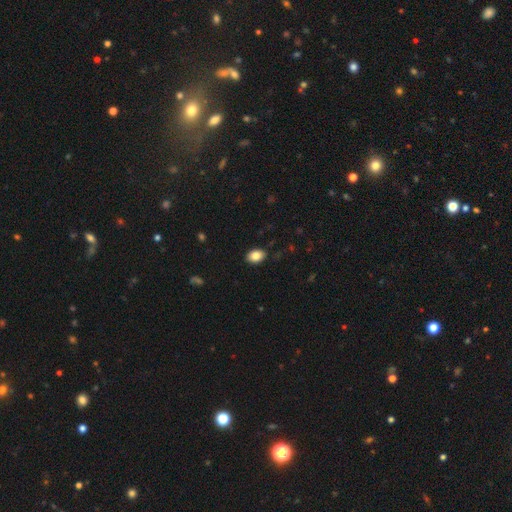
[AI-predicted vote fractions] This is clearly a smooth galaxy (85%). How rounded: clearly in between (81%). Merging: clearly none (87%).